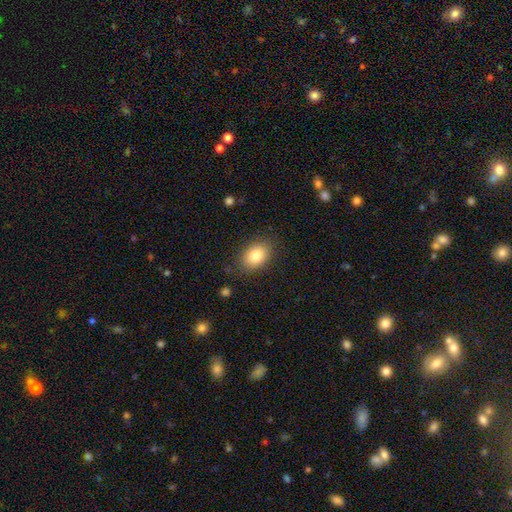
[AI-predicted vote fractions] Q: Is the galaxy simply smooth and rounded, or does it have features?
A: smooth — 83%.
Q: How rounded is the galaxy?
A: in between — 78%.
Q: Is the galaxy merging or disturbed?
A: none — 83%.